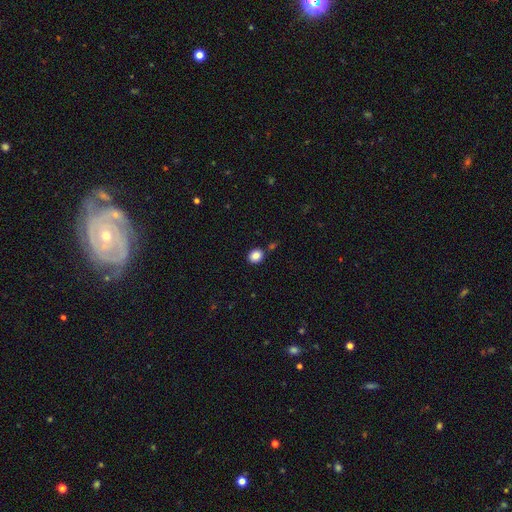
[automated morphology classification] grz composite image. It shows a smooth galaxy with no disk features (86%) that is round (58%). Merging: none (81%).